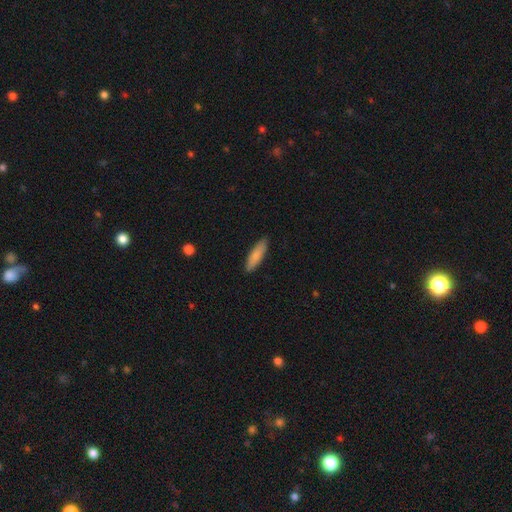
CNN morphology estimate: Overall: smooth (84%). How rounded: cigar-shaped (67%; in between 32%). Merging: none (88%).